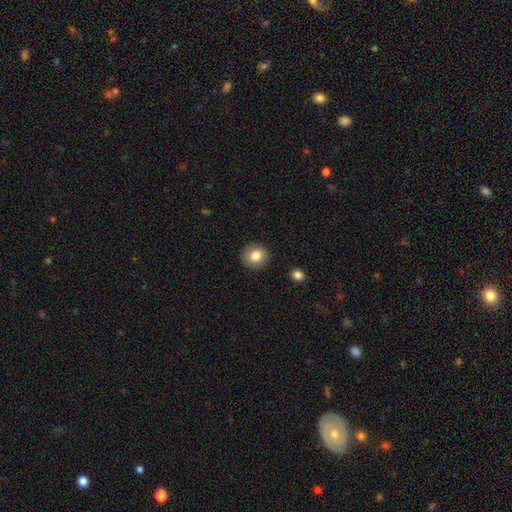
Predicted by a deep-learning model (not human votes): Smooth or featured? smooth (82%)
How rounded? round (87%)
Merging? none (91%)